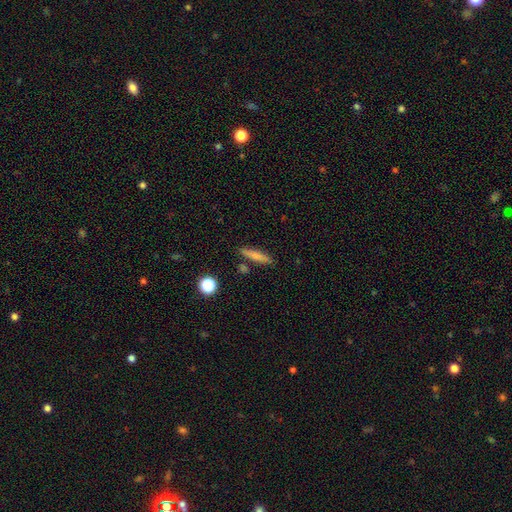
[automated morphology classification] smooth-or-featured: smooth: 73% | featured or disk: 19% | star or artifact: 8%
  how-rounded: cigar-shaped: 83% | in between: 14% | round: 3%
  merging: none: 82% | minor disturbance: 10% | merger: 5% | major disturbance: 3%